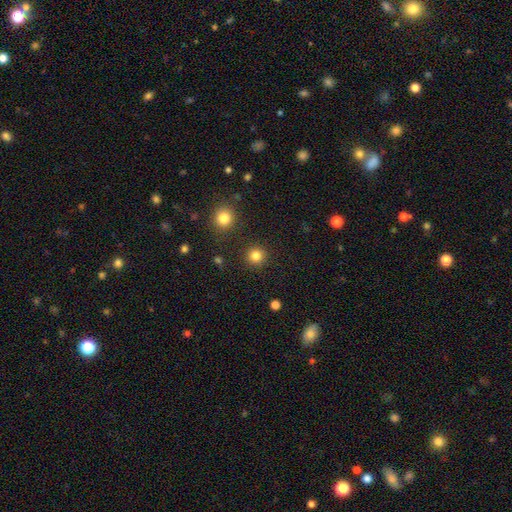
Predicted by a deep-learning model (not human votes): Smooth or featured: smooth — 83% (star or artifact — 12%)
How rounded: round — 94% (in between — 5%)
Merging: none — 91% (minor disturbance — 5%)